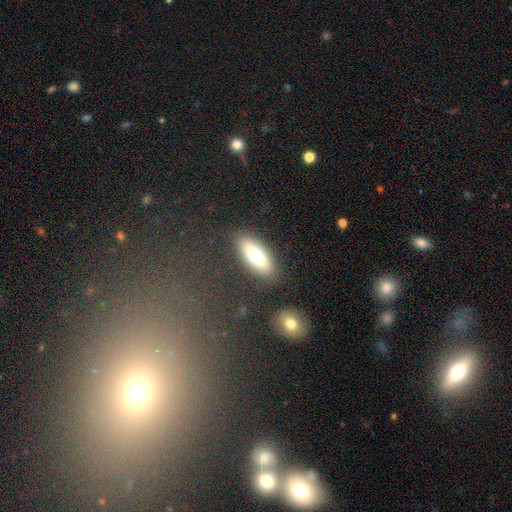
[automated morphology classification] Smooth or featured? smooth (69%)
How rounded? in between (70%)
Merging? none (85%)